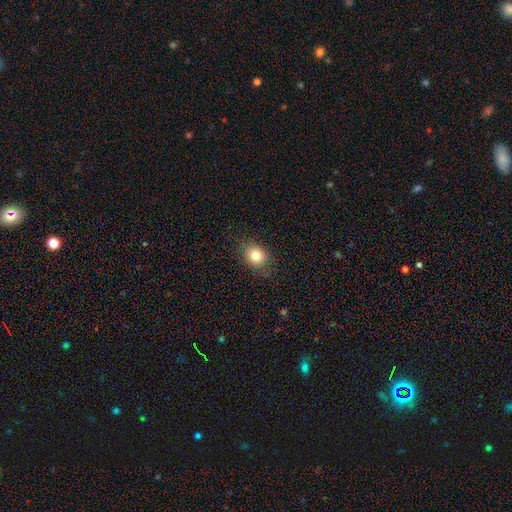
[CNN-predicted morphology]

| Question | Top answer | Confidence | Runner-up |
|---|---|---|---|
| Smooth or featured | smooth | 81% | star or artifact (11%) |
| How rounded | round | 59% | in between (40%) |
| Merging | none | 83% | minor disturbance (12%) |